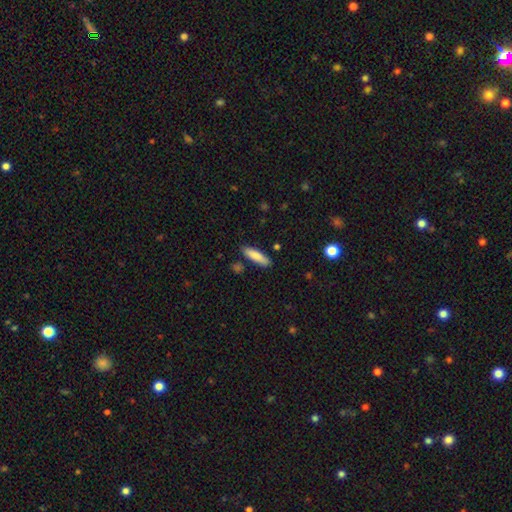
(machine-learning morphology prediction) Smooth or featured? smooth (84%)
How rounded? cigar-shaped (71%)
Merging? none (83%)